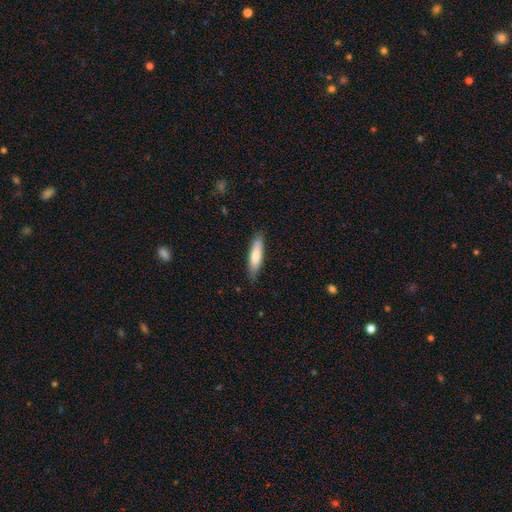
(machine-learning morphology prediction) The model was most divided on "how rounded": cigar-shaped: 68%, in between: 31%, round: 1%. More confident: merging — none (81%); smooth or featured — smooth (75%).